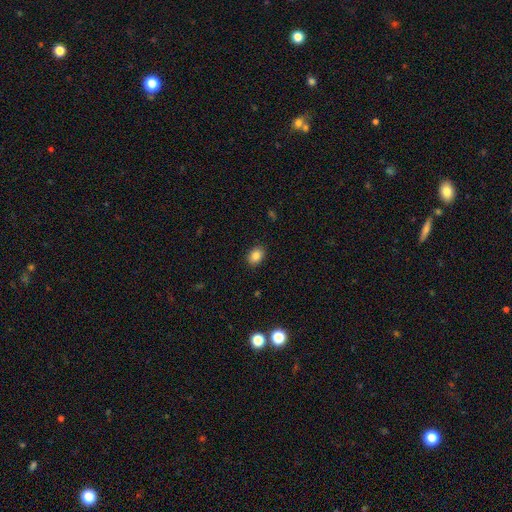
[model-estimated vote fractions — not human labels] Smooth or featured? smooth (85%)
How rounded? in between (76%)
Merging? none (88%)